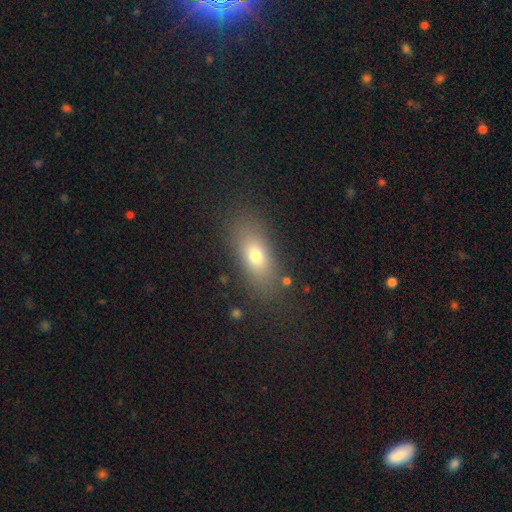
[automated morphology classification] type=smooth (71%); roundness=in between (76%); merging=none (81%).